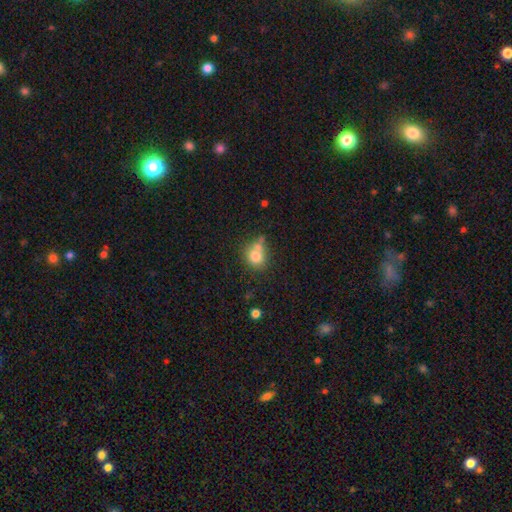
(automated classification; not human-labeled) Morphology: type=smooth (77%); roundness=round (78%); merging=none (51%).